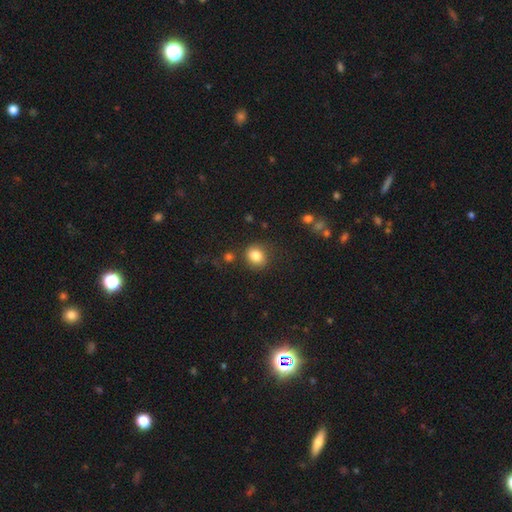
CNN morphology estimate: Smooth or featured: smooth — 83% (star or artifact — 10%)
How rounded: round — 65% (in between — 34%)
Merging: none — 80% (minor disturbance — 12%)